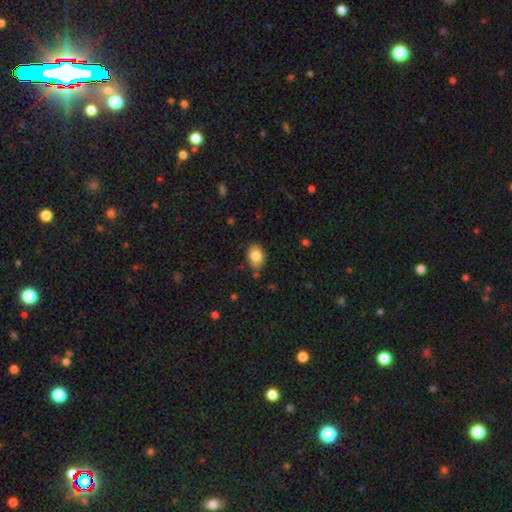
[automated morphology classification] Overall: smooth (82%). How rounded: in between (78%). Merging: none (79%).